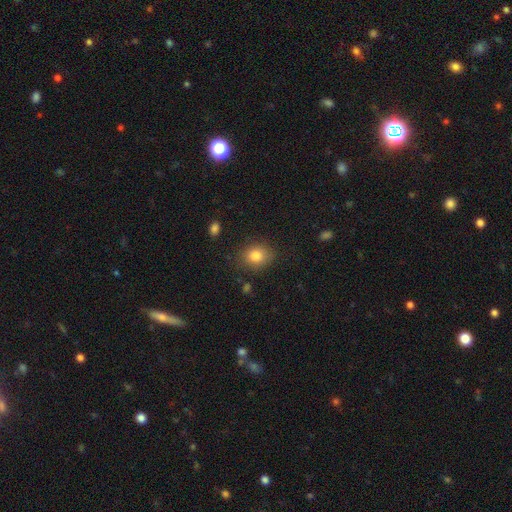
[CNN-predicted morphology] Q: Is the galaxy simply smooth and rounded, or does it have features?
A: smooth — 83%.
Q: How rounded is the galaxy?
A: round — 55%.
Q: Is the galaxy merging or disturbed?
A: none — 82%.